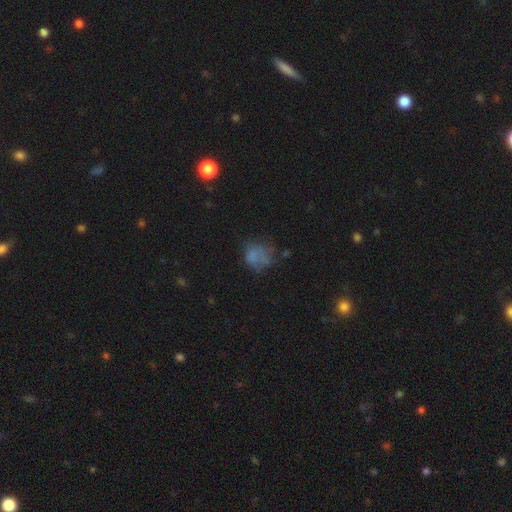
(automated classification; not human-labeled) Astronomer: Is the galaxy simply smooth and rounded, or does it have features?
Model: smooth — 62%.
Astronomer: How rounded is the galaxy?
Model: round — 63%.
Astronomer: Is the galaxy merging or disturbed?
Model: none — 42% (runner-up: minor disturbance, 27%).